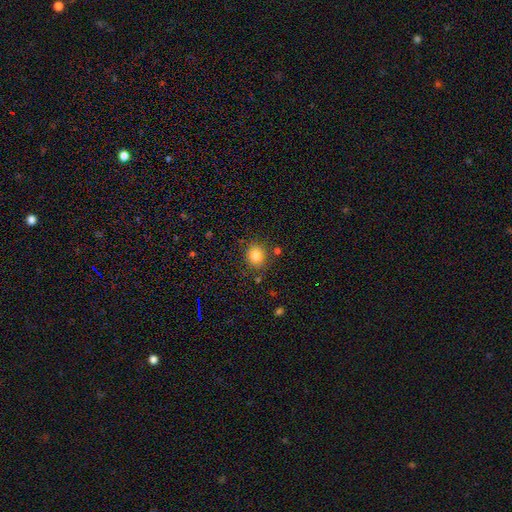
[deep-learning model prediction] Smooth or featured?
  - smooth: 81% *
  - star or artifact: 12%
  - featured or disk: 7%
How rounded?
  - round: 69% *
  - in between: 30%
  - cigar-shaped: 1%
Merging?
  - none: 81% *
  - minor disturbance: 11%
  - merger: 4%
  - major disturbance: 3%